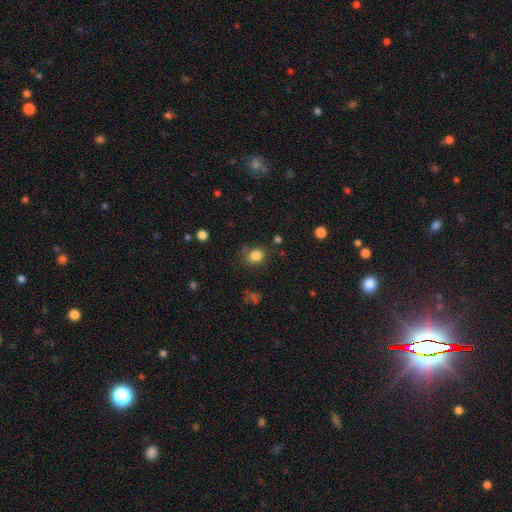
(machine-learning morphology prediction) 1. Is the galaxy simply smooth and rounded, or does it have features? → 83% smooth, 11% star or artifact, 6% featured or disk.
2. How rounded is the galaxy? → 61% round, 38% in between, 1% cigar-shaped.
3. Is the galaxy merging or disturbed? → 70% none, 20% minor disturbance, 7% major disturbance, 3% merger.